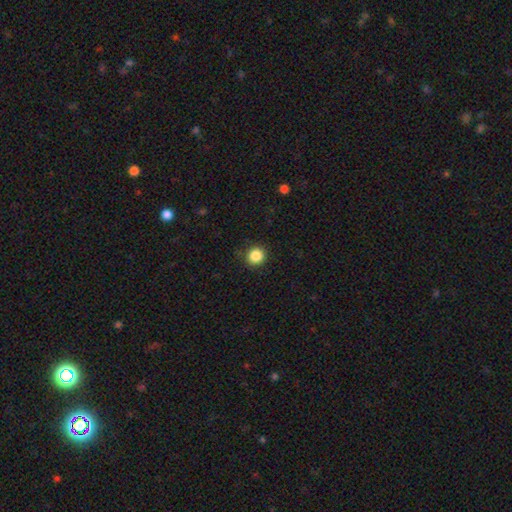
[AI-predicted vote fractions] Morphology: type=smooth (86%); roundness=round (92%); merging=none (90%).